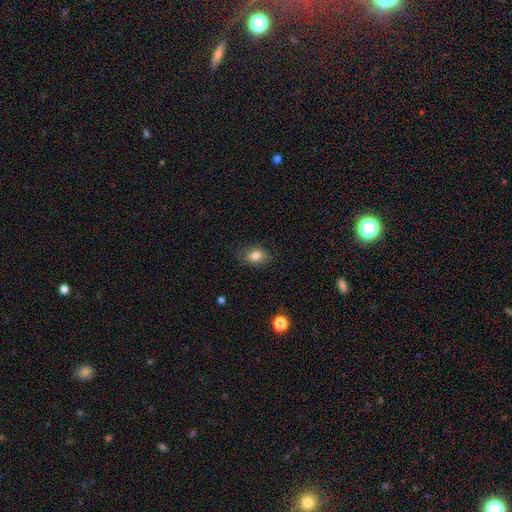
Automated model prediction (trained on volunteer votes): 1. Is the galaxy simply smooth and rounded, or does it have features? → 80% smooth, 10% star or artifact, 10% featured or disk.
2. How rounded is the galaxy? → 68% in between, 31% round, 1% cigar-shaped.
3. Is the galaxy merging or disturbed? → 81% none, 15% minor disturbance, 3% major disturbance, 1% merger.